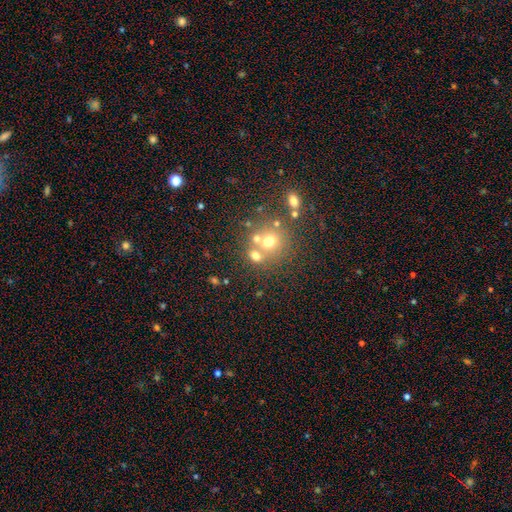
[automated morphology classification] Q: Smooth or featured?
A: smooth (62%); runner-up: star or artifact (20%)
Q: How rounded?
A: round (80%); runner-up: in between (19%)
Q: Merging?
A: none (51%); runner-up: merger (35%)